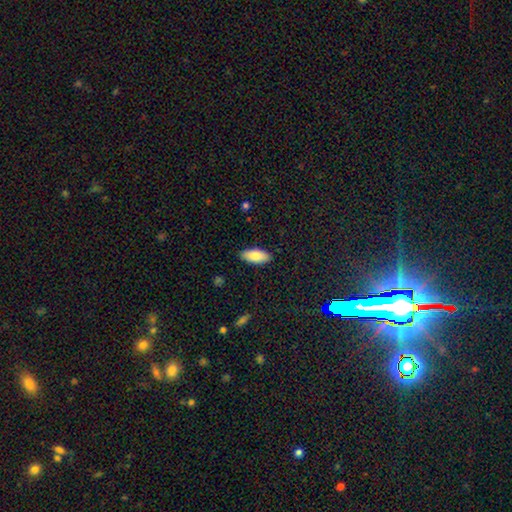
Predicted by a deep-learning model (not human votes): smooth 82%, featured or disk 12%, star or artifact 6%. Down the decision tree: how rounded — in between (86%); merging — none (88%).